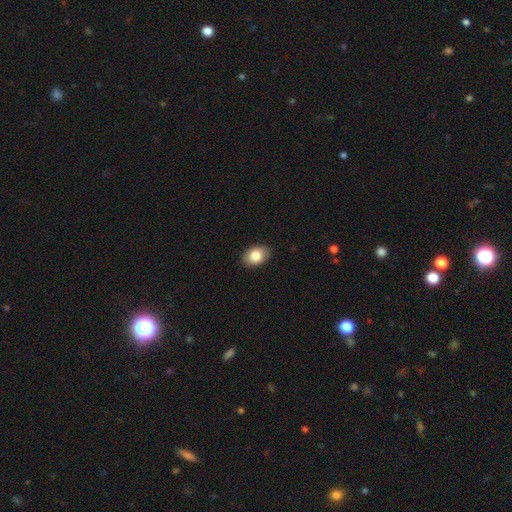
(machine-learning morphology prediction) A smooth galaxy with no disk features (84%) that is in between round and cigar-shaped (83%).

Vote fractions:
- Smooth or featured? smooth: 84% / featured or disk: 9% / star or artifact: 7%
- How rounded? in between: 83% / round: 15% / cigar-shaped: 1%
- Merging? none: 88% / minor disturbance: 9% / major disturbance: 2% / merger: 1%